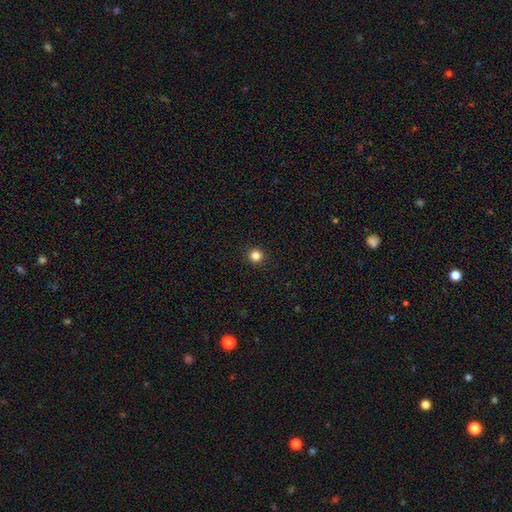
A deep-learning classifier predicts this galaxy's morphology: A smooth galaxy with no disk features (83%) that is round (95%).

Vote fractions:
- Smooth or featured? smooth: 83% / star or artifact: 13% / featured or disk: 4%
- How rounded? round: 95% / in between: 4% / cigar-shaped: 1%
- Merging? none: 93% / minor disturbance: 4% / major disturbance: 1% / merger: 1%